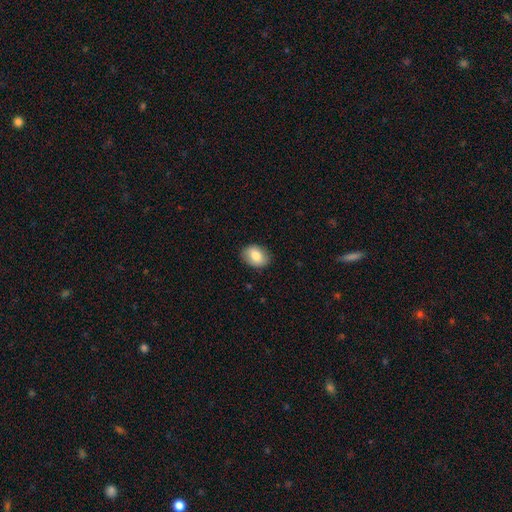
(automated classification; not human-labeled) A smooth galaxy with no disk features (80%) that is in between round and cigar-shaped (70%).

Vote fractions:
- Smooth or featured? smooth: 80% / featured or disk: 12% / star or artifact: 7%
- How rounded? in between: 70% / round: 29% / cigar-shaped: 1%
- Merging? none: 87% / minor disturbance: 10% / major disturbance: 2% / merger: 1%